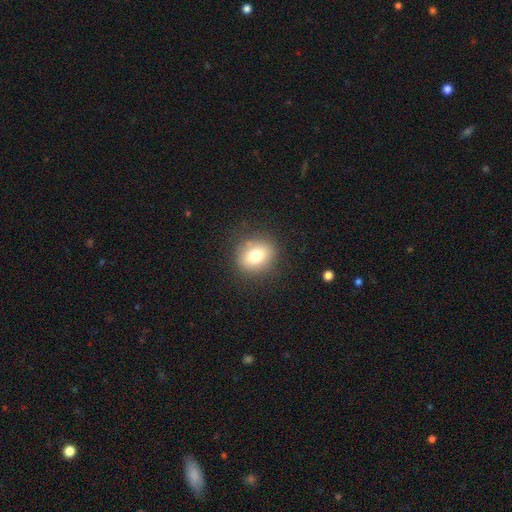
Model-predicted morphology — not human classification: This is likely a smooth galaxy (75%). How rounded: likely round (64%). Merging: clearly none (84%).